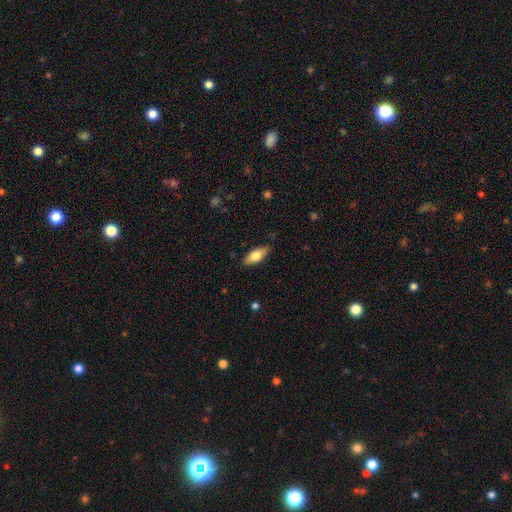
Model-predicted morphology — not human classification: Overall: smooth (72%). How rounded: in between (81%). Merging: none (84%).